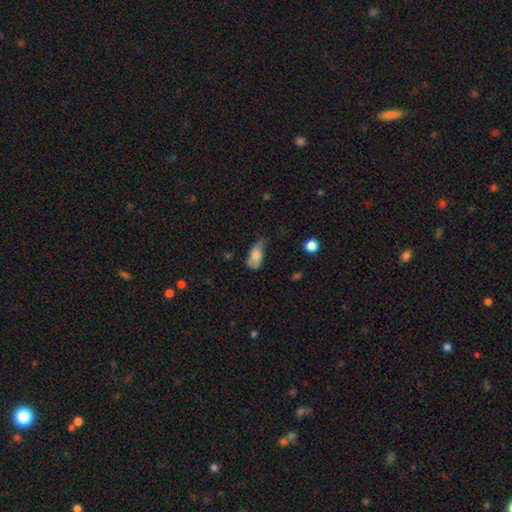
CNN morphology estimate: smooth-or-featured: smooth: 70% | featured or disk: 21% | star or artifact: 8%
  how-rounded: in between: 87% | round: 6% | cigar-shaped: 6%
  merging: minor disturbance: 42% | none: 31% | major disturbance: 22% | merger: 4%